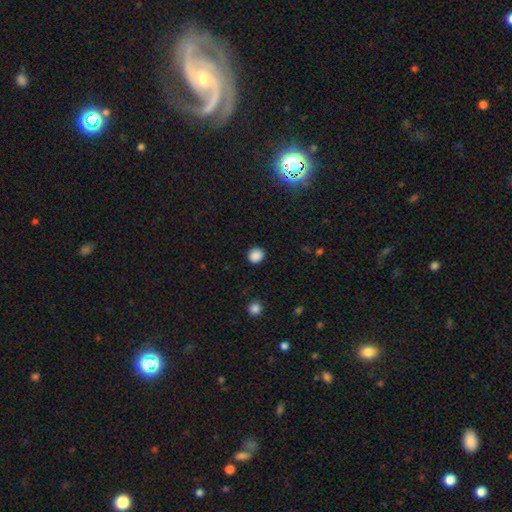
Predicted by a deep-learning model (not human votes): smooth_or_featured: smooth (p=0.87) [alt: star or artifact p=0.10]
how_rounded: round (p=0.82) [alt: in between p=0.17]
merging: none (p=0.91) [alt: minor disturbance p=0.06]